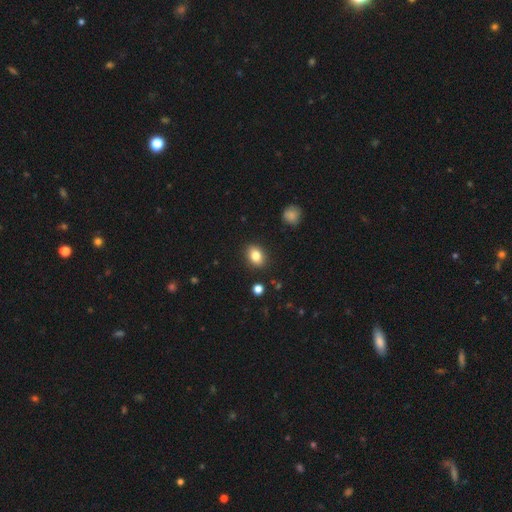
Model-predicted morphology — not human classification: This appears to be a smooth galaxy with no disk features (83%) that is in between round and cigar-shaped (71%). Merging: none (88%).